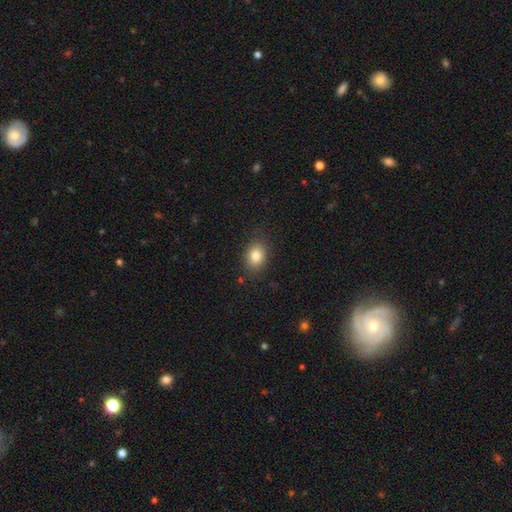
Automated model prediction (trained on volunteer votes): A smooth galaxy with no disk features (83%) that is in between round and cigar-shaped (60%).

Vote fractions:
- Smooth or featured? smooth: 83% / star or artifact: 10% / featured or disk: 7%
- How rounded? in between: 60% / round: 39% / cigar-shaped: 1%
- Merging? none: 86% / minor disturbance: 10% / major disturbance: 3% / merger: 1%